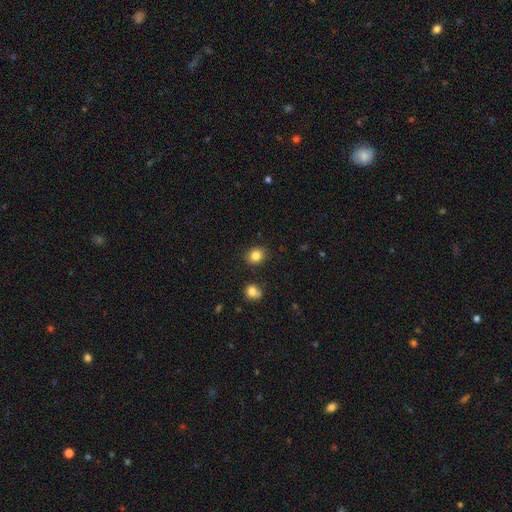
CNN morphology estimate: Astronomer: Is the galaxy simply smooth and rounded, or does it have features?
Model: smooth — 84%.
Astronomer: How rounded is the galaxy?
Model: round — 74%.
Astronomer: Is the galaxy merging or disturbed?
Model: none — 87%.